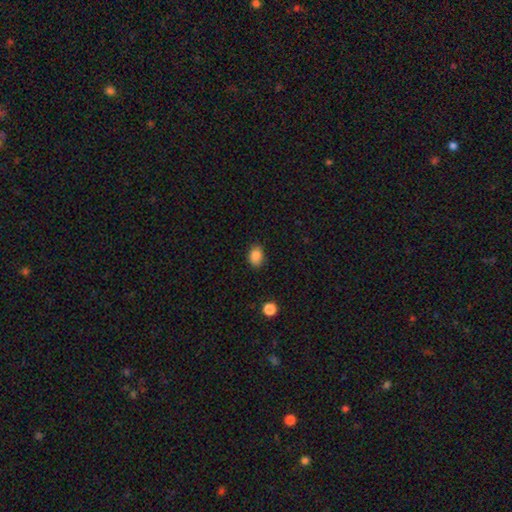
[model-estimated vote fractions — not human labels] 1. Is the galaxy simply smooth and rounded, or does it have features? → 86% smooth, 10% star or artifact, 4% featured or disk.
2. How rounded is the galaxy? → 71% in between, 28% round, 1% cigar-shaped.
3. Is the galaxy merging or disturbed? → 83% none, 13% minor disturbance, 3% major disturbance, 1% merger.